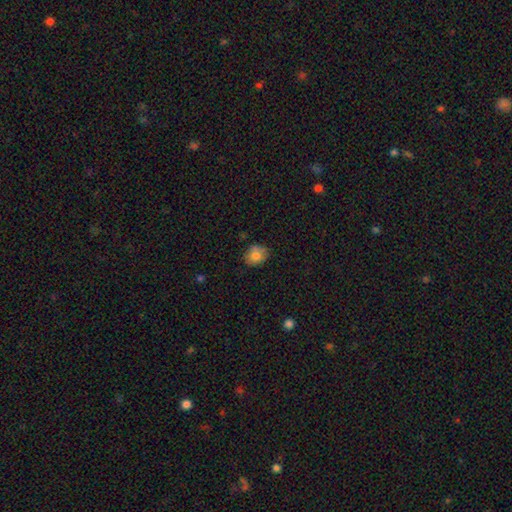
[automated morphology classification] This is likely a smooth galaxy (76%). How rounded: possibly in between (55%). Merging: likely none (72%).